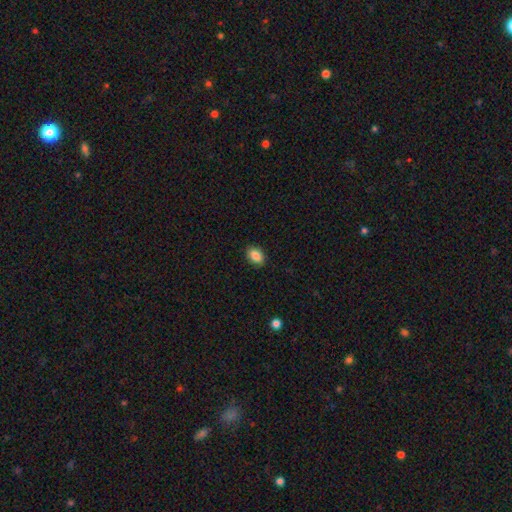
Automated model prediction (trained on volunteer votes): Smooth or featured?
  - smooth: 87% *
  - star or artifact: 8%
  - featured or disk: 5%
How rounded?
  - in between: 81% *
  - round: 18%
  - cigar-shaped: 1%
Merging?
  - none: 89% *
  - minor disturbance: 8%
  - major disturbance: 2%
  - merger: 1%